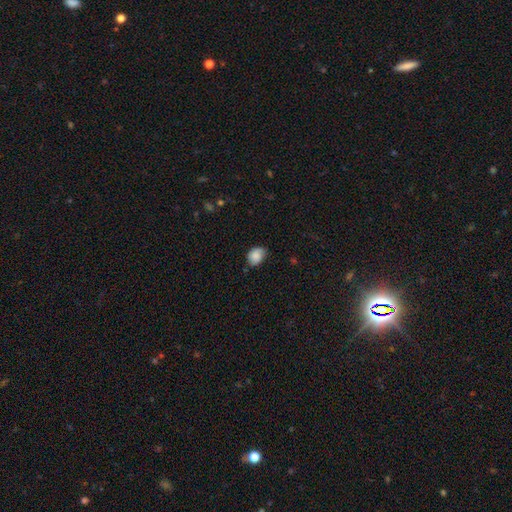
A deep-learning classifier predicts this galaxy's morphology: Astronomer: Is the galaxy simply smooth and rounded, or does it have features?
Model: smooth — 83%.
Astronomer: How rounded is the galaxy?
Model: in between — 67%.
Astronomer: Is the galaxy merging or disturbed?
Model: none — 66%.